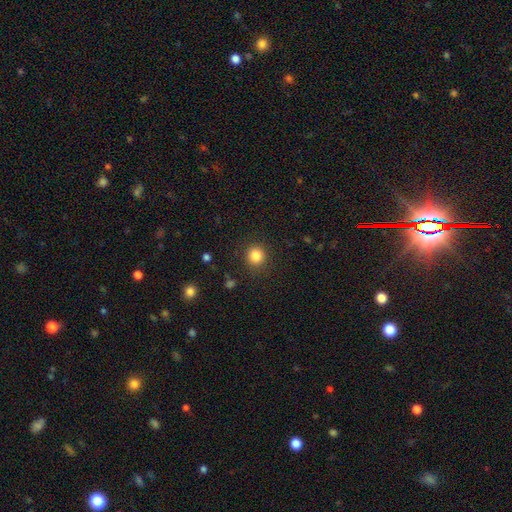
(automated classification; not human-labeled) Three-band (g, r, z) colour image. It shows a smooth galaxy with no disk features (84%) that is round (91%). Merging: none (89%).